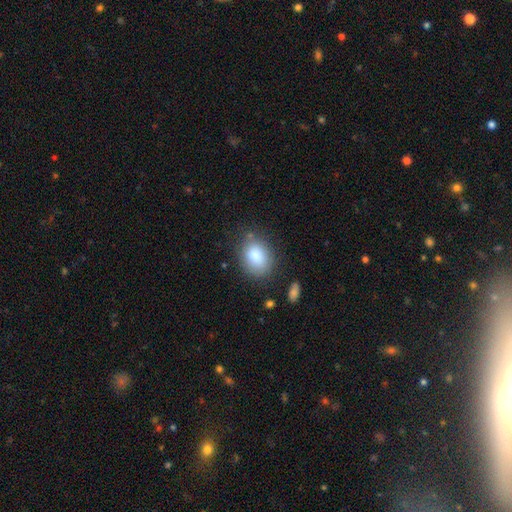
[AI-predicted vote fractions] Smooth or featured?
  - smooth: 86% *
  - star or artifact: 7%
  - featured or disk: 7%
How rounded?
  - in between: 70% *
  - round: 29%
  - cigar-shaped: 1%
Merging?
  - none: 75% *
  - minor disturbance: 16%
  - major disturbance: 5%
  - merger: 3%